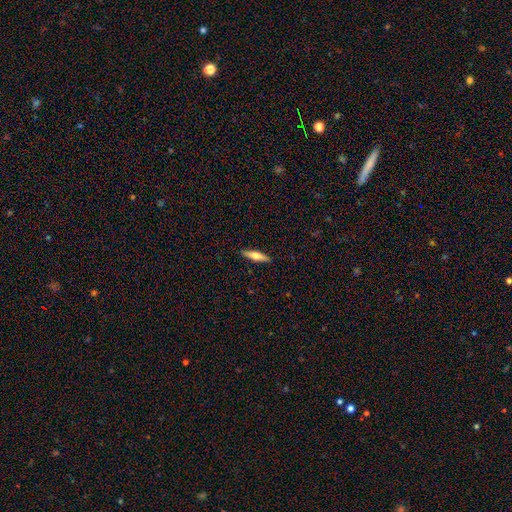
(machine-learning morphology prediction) This appears to be a smooth galaxy with no disk features (60%) that is cigar-shaped (75%). Merging: none (90%).